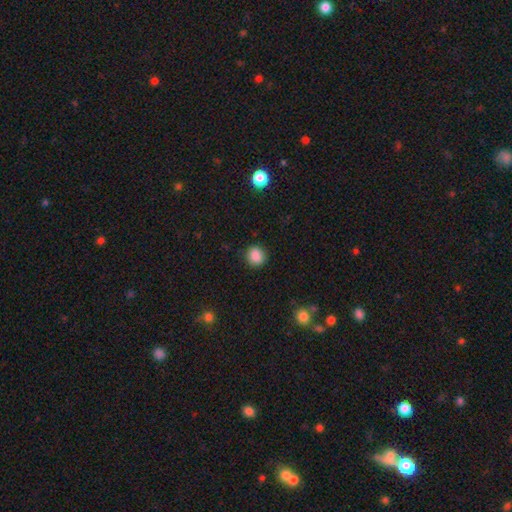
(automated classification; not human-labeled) A smooth galaxy with no disk features (87%) that is round (81%). Merging: none (88%).